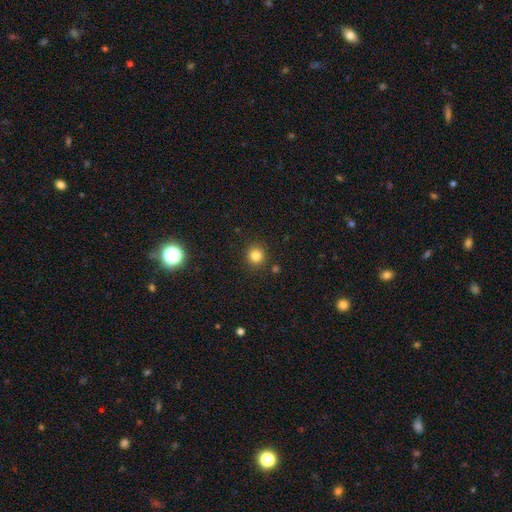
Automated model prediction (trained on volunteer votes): Smooth or featured? Predicted: smooth (p=0.82). How rounded? Predicted: round (p=0.92). Merging? Predicted: none (p=0.88).